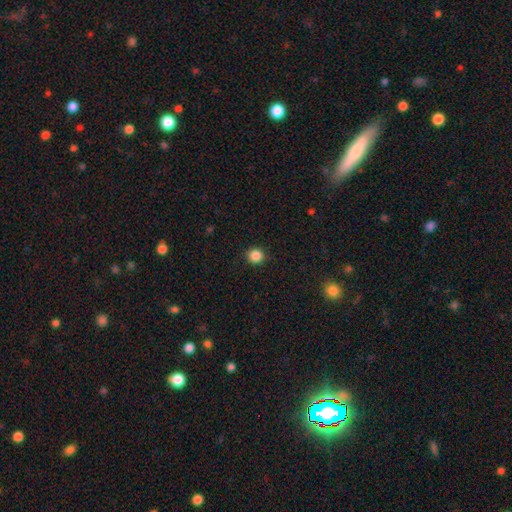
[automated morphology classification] This appears to be a smooth galaxy with no disk features (86%) that is round (90%). Merging: none (91%).